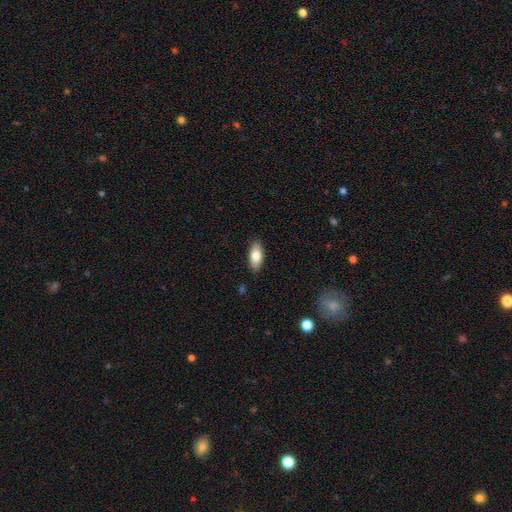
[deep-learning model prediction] Smooth or featured: smooth — 79% (featured or disk — 15%)
How rounded: in between — 85% (cigar-shaped — 12%)
Merging: none — 88% (minor disturbance — 9%)